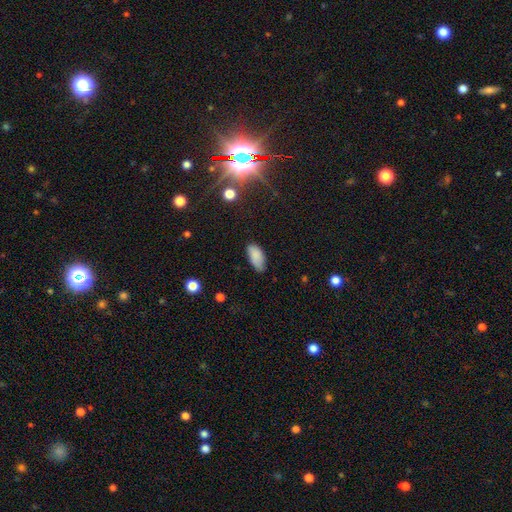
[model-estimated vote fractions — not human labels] Smooth or featured? smooth (85%)
How rounded? in between (93%)
Merging? none (70%)